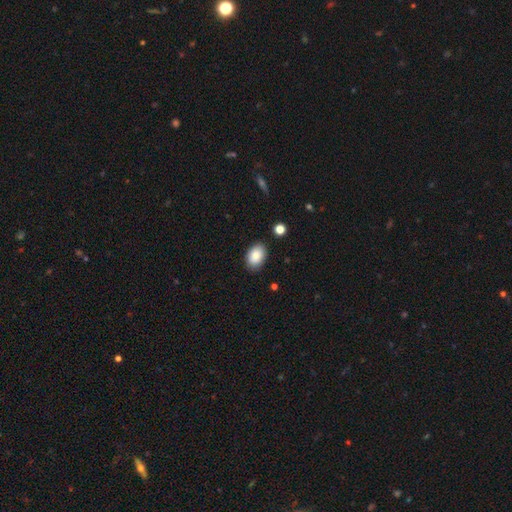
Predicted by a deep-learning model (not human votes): A smooth galaxy with no disk features (87%) that is in between round and cigar-shaped (86%).

Vote fractions:
- Smooth or featured? smooth: 87% / star or artifact: 7% / featured or disk: 6%
- How rounded? in between: 86% / round: 12% / cigar-shaped: 1%
- Merging? none: 85% / minor disturbance: 11% / major disturbance: 2% / merger: 2%